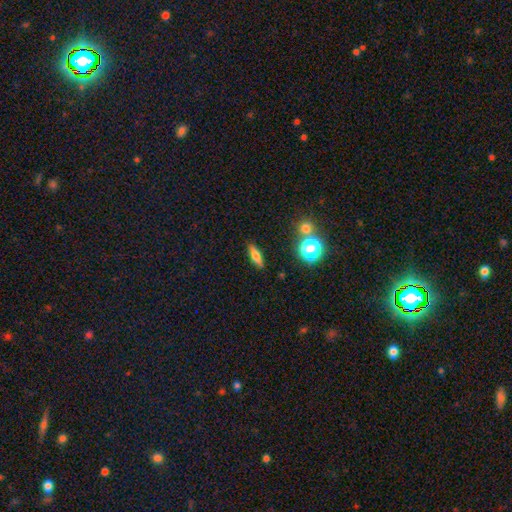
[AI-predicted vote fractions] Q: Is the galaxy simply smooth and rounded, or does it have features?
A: smooth — 62%.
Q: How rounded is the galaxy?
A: in between — 46%, tied with cigar-shaped.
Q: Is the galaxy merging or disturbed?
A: none — 88%.